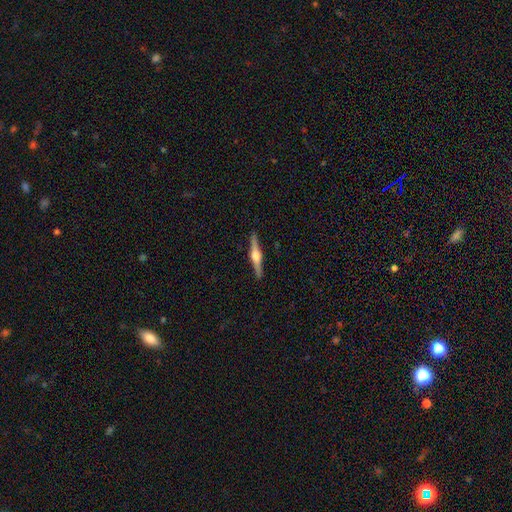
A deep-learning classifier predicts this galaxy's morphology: A featured or disk galaxy (78%) viewed edge-on (98%) with a rounded central bulge (93%).

Vote fractions:
- Smooth or featured? featured or disk: 78% / smooth: 17% / star or artifact: 5%
- Edge-on disk? yes: 98% / no: 2%
- Edge-on bulge? rounded: 93% / boxy: 5% / none: 2%
- Merging? none: 92% / minor disturbance: 6% / major disturbance: 1% / merger: 1%